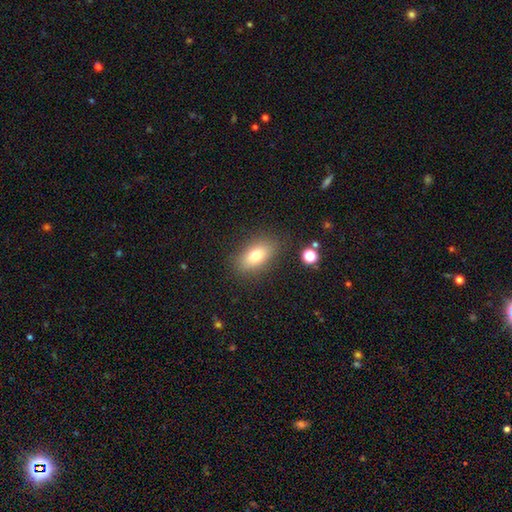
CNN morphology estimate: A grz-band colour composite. It shows a smooth galaxy with no disk features (76%) that is in between round and cigar-shaped (85%). Merging: none (84%).